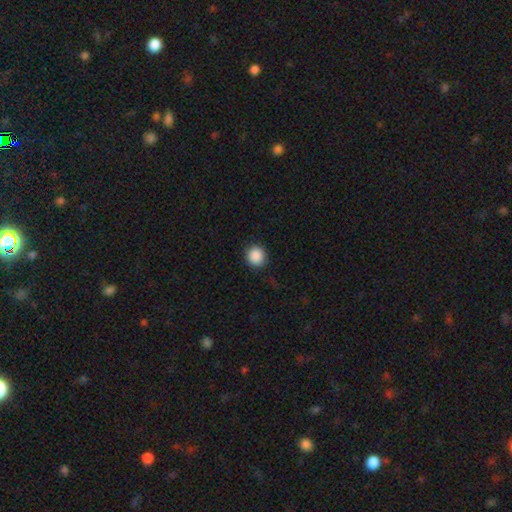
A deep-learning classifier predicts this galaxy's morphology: smooth 89%, star or artifact 9%, featured or disk 3%. Down the decision tree: how rounded — round (89%); merging — none (90%).